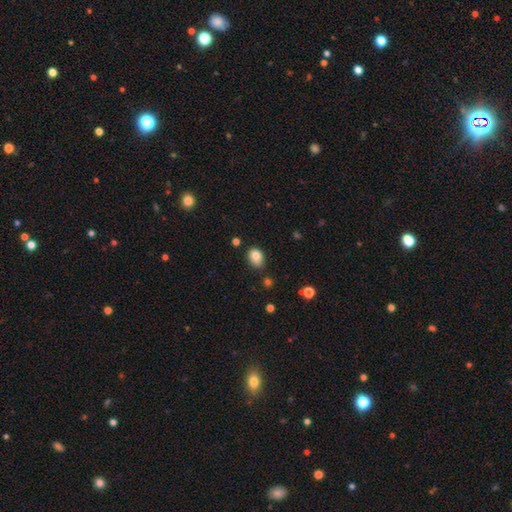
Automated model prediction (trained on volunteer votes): This is clearly a smooth galaxy (82%). How rounded: likely in between (77%). Merging: likely none (71%).